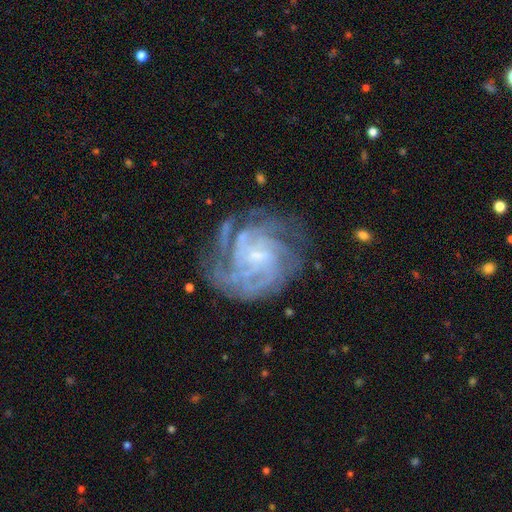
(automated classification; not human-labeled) Q: Smooth or featured?
A: featured or disk (87%); runner-up: star or artifact (7%)
Q: Edge-on disk?
A: no (98%); runner-up: yes (2%)
Q: Bar?
A: no (48%); runner-up: weak (41%)
Q: Spiral arms?
A: yes (97%); runner-up: no (3%)
Q: Spiral winding?
A: tight (68%); runner-up: medium (27%)
Q: Spiral arm count?
A: 4 (29%); runner-up: can't tell (26%)
Q: Bulge size?
A: small (72%); runner-up: moderate (14%)
Q: Merging?
A: none (71%); runner-up: minor disturbance (17%)